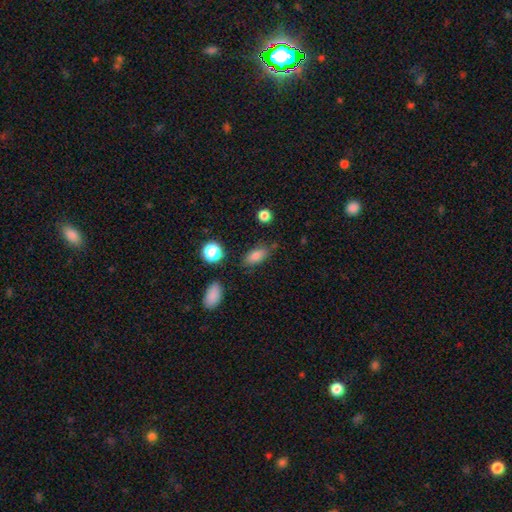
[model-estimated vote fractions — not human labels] This appears to be a smooth galaxy with no disk features (82%) that is in between round and cigar-shaped (83%). Merging: none (77%).